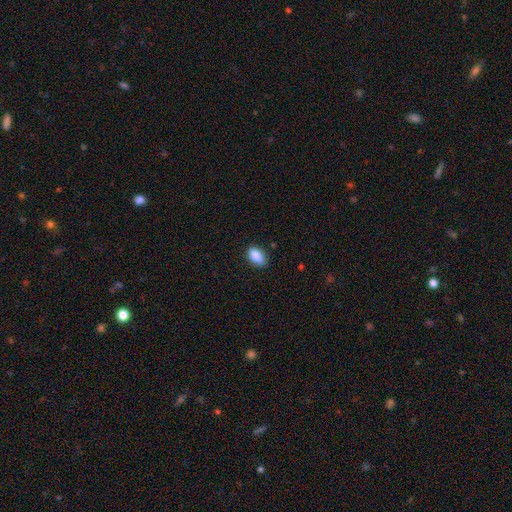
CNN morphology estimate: Q: Smooth or featured?
A: smooth (87%); runner-up: star or artifact (8%)
Q: How rounded?
A: in between (90%); runner-up: round (7%)
Q: Merging?
A: none (77%); runner-up: minor disturbance (19%)